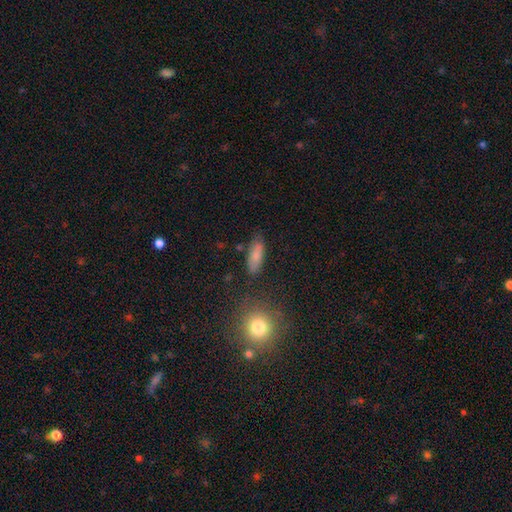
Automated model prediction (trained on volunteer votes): A smooth galaxy with no disk features (81%) that is in between round and cigar-shaped (70%). Merging: none (79%).